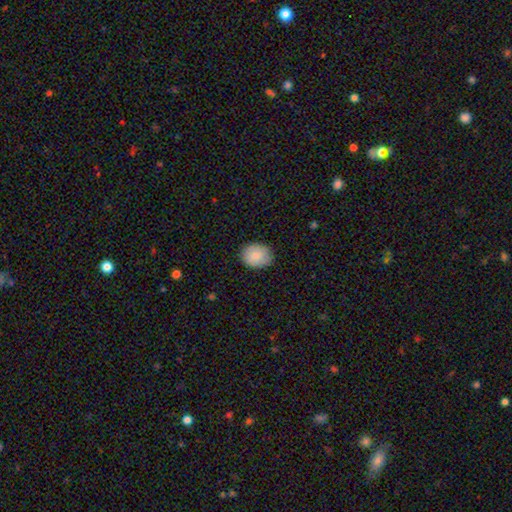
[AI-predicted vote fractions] smooth_or_featured: smooth (p=0.84) [alt: featured or disk p=0.09]
how_rounded: in between (p=0.50) [alt: round p=0.49]
merging: none (p=0.85) [alt: minor disturbance p=0.12]